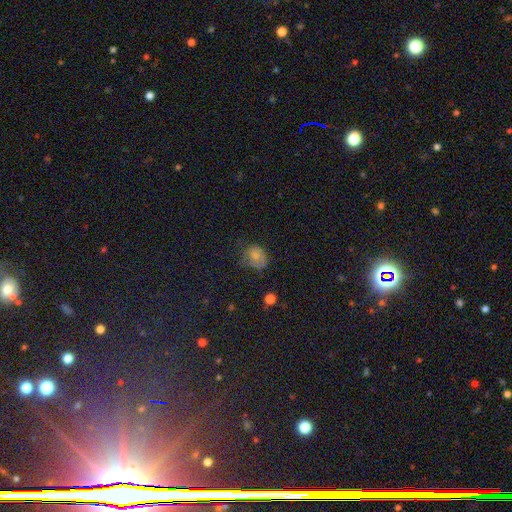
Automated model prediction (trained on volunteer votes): Smooth or featured? Predicted: smooth (p=0.70). How rounded? Predicted: round (p=0.60). Merging? Predicted: none (p=0.46).